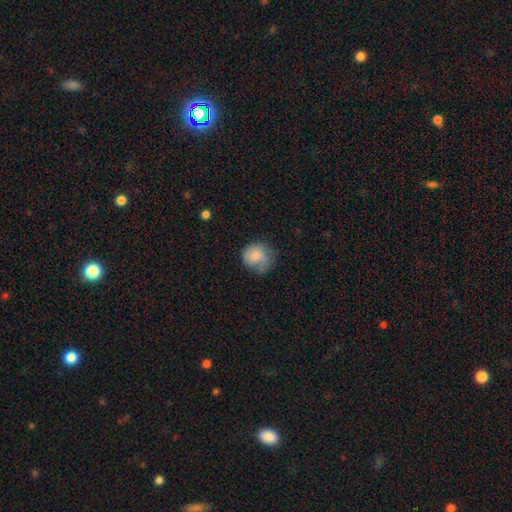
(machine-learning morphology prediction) This appears to be a smooth galaxy with no disk features (77%) that is round (81%). Merging: none (51%).